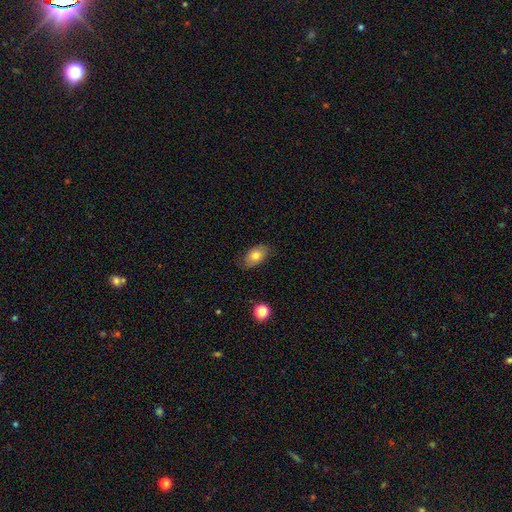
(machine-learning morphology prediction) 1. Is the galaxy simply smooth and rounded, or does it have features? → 76% smooth, 16% featured or disk, 8% star or artifact.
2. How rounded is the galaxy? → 90% in between, 8% round, 2% cigar-shaped.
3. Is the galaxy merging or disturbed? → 78% none, 17% minor disturbance, 4% major disturbance, 1% merger.